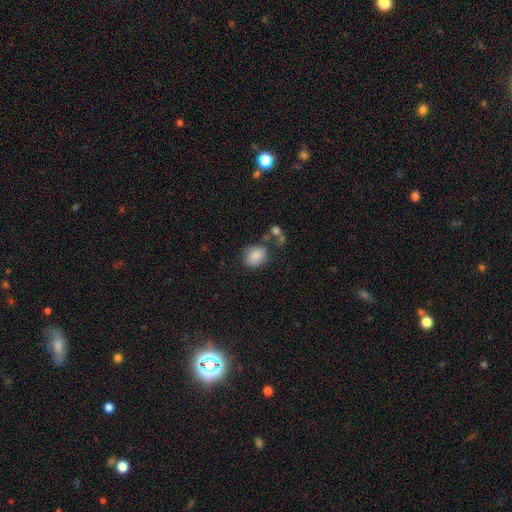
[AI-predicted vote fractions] smooth 84%, star or artifact 8%, featured or disk 7%. Down the decision tree: how rounded — in between (56%); merging — none (59%).